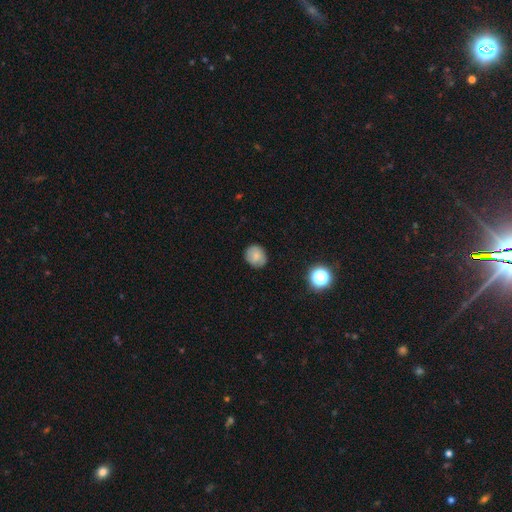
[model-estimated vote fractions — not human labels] A smooth galaxy with no disk features (75%) that is round (72%).

Vote fractions:
- Smooth or featured? smooth: 75% / featured or disk: 15% / star or artifact: 10%
- How rounded? round: 72% / in between: 27% / cigar-shaped: 1%
- Merging? none: 83% / minor disturbance: 13% / major disturbance: 3% / merger: 1%